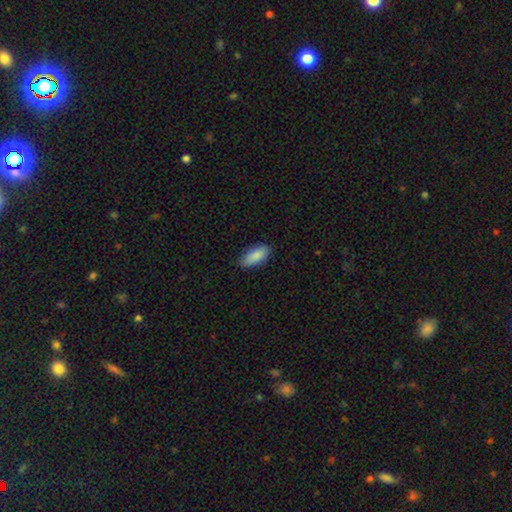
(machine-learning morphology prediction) type=smooth (88%); roundness=in between (88%); merging=none (84%).